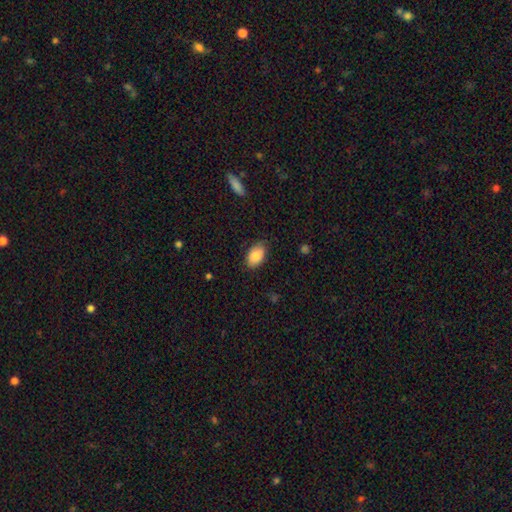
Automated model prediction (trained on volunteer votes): Smooth or featured? Predicted: smooth (p=0.84). How rounded? Predicted: in between (p=0.91). Merging? Predicted: none (p=0.80).